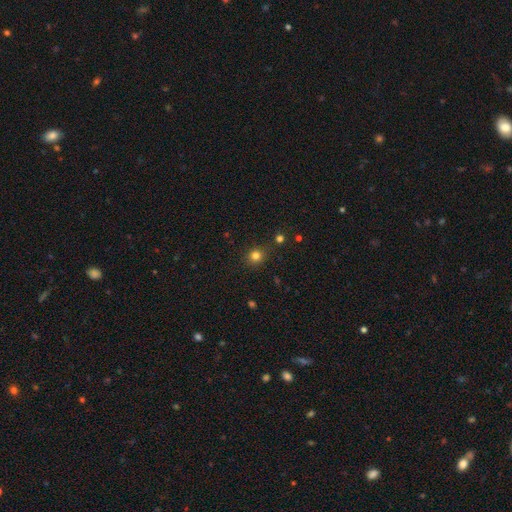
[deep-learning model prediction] Smooth or featured? Predicted: smooth (p=0.79). How rounded? Predicted: round (p=0.88). Merging? Predicted: none (p=0.85).